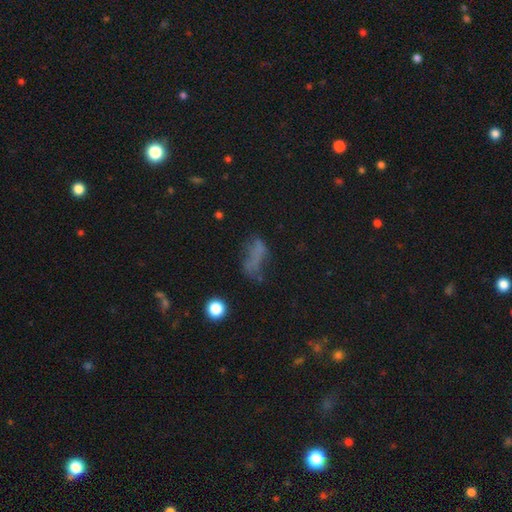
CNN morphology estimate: A smooth galaxy with no disk features (46%).

Vote fractions:
- Smooth or featured? smooth: 46% / featured or disk: 28% / star or artifact: 26%
- Merging? none: 38% / major disturbance: 31% / minor disturbance: 24% / merger: 7%